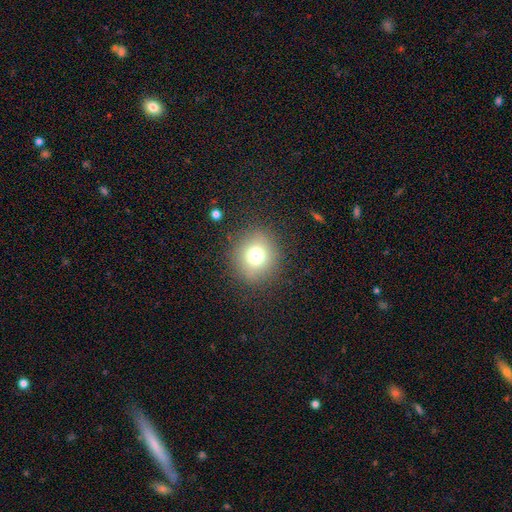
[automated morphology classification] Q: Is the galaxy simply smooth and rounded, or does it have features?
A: smooth — 74%.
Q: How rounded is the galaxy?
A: round — 86%.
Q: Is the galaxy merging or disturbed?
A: none — 87%.